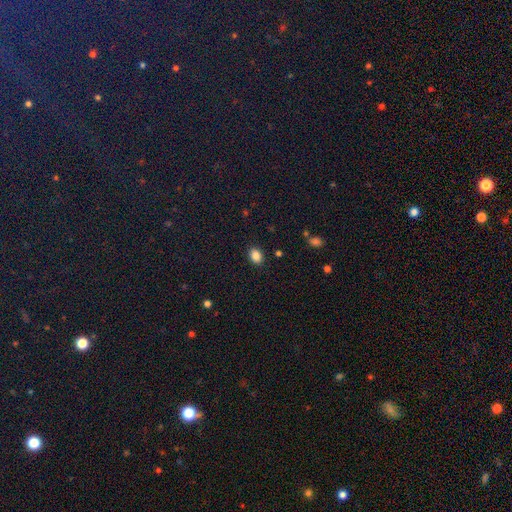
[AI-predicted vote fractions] smooth-or-featured: smooth: 86% | star or artifact: 10% | featured or disk: 4%
  how-rounded: in between: 71% | round: 28% | cigar-shaped: 1%
  merging: none: 89% | minor disturbance: 8% | major disturbance: 2% | merger: 1%